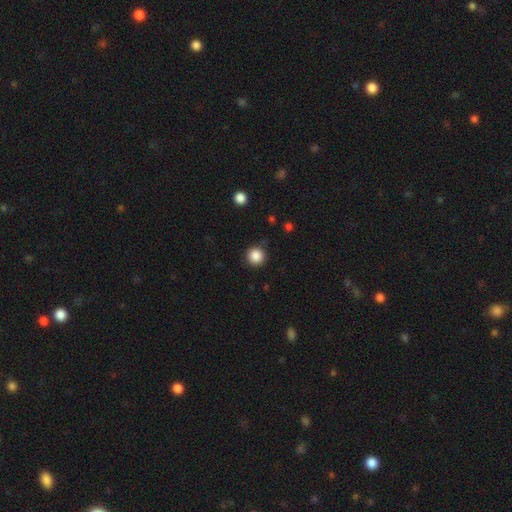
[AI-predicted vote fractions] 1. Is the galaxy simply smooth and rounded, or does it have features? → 86% smooth, 11% star or artifact, 3% featured or disk.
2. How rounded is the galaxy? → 95% round, 4% in between, 1% cigar-shaped.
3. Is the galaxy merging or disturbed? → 88% none, 8% minor disturbance, 2% major disturbance, 1% merger.